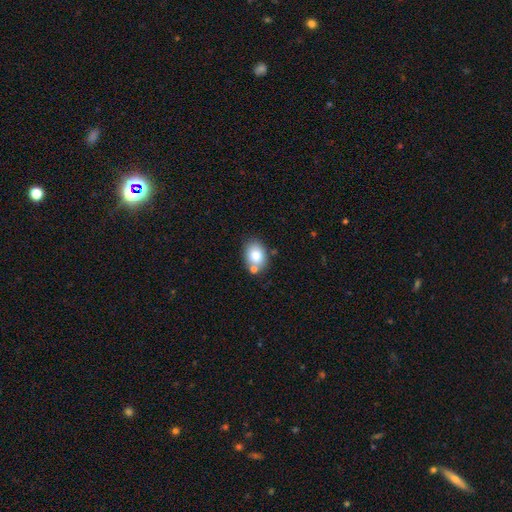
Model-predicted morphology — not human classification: Smooth or featured? Predicted: smooth (p=0.78). How rounded? Predicted: in between (p=0.71). Merging? Predicted: none (p=0.68).